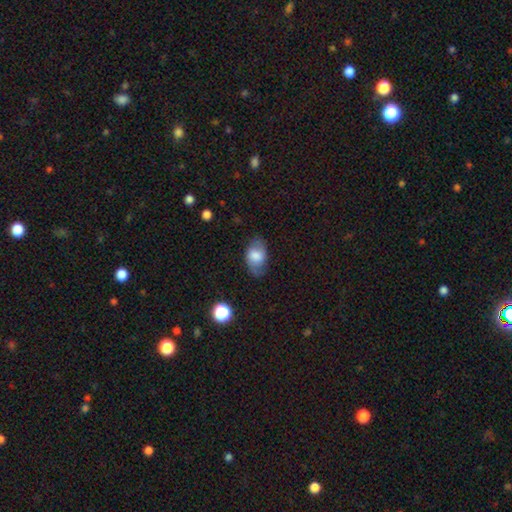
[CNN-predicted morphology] Q: Smooth or featured?
A: smooth (62%); runner-up: featured or disk (30%)
Q: How rounded?
A: in between (85%); runner-up: round (13%)
Q: Merging?
A: none (70%); runner-up: minor disturbance (21%)